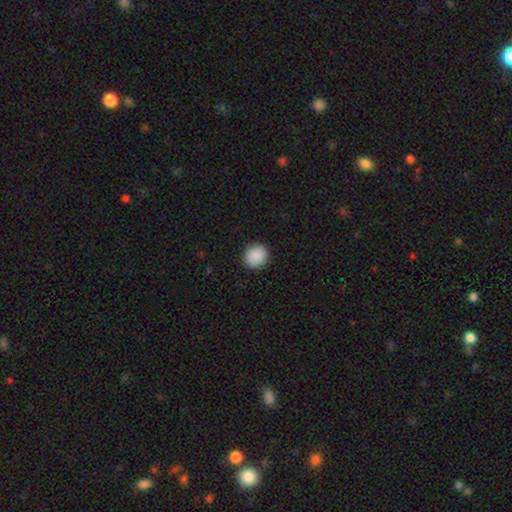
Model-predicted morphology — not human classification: Overall: smooth (90%). How rounded: round (88%). Merging: none (91%).